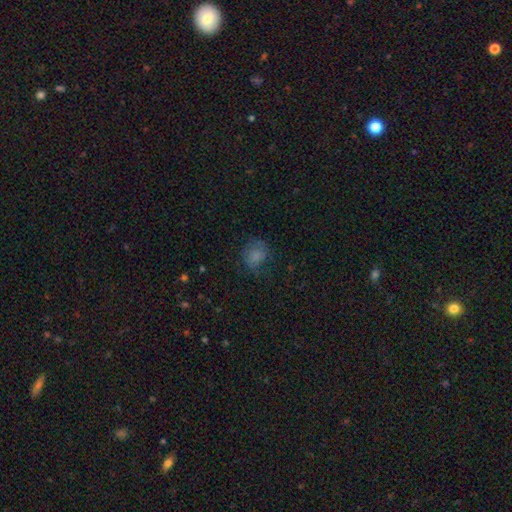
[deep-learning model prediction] smooth_or_featured: smooth (p=0.76) [alt: star or artifact p=0.13]
how_rounded: round (p=0.69) [alt: in between p=0.30]
merging: none (p=0.62) [alt: minor disturbance p=0.24]